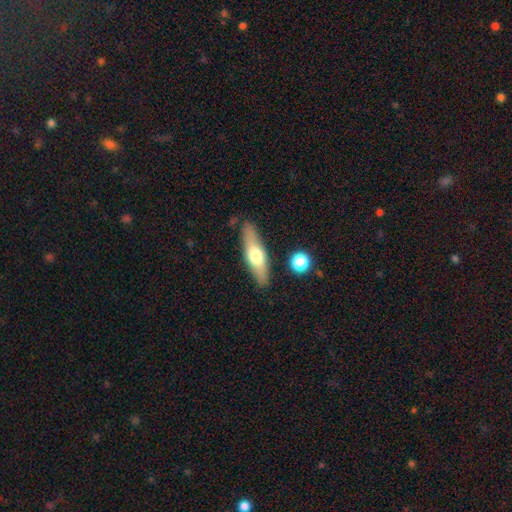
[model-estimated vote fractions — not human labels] Smooth or featured? smooth (52%)
How rounded? cigar-shaped (63%)
Merging? none (84%)